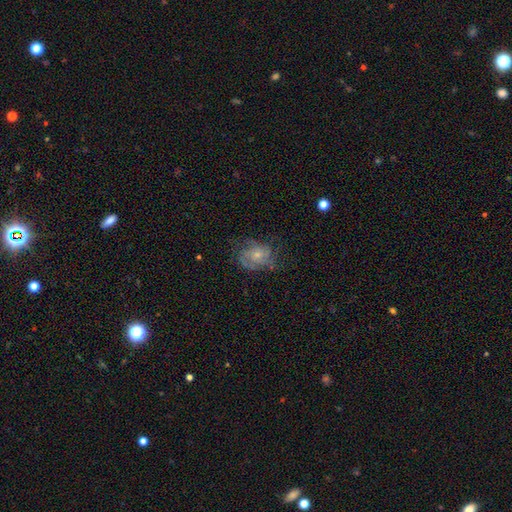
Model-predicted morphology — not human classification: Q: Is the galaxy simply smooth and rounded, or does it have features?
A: featured or disk — 68%.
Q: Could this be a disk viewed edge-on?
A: no — 97%.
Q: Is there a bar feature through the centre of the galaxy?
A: no — 76%.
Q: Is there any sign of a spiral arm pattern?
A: yes — 86%.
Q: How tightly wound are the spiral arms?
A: tight — 45%.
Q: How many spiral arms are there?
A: can't tell — 36%.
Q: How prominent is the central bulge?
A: small — 61%.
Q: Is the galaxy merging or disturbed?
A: none — 62%.